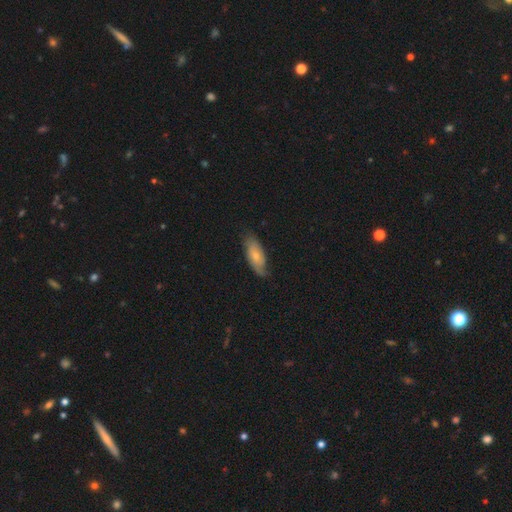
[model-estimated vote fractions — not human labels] This is possibly a smooth galaxy (55%). How rounded: likely in between (78%). Merging: likely none (68%).